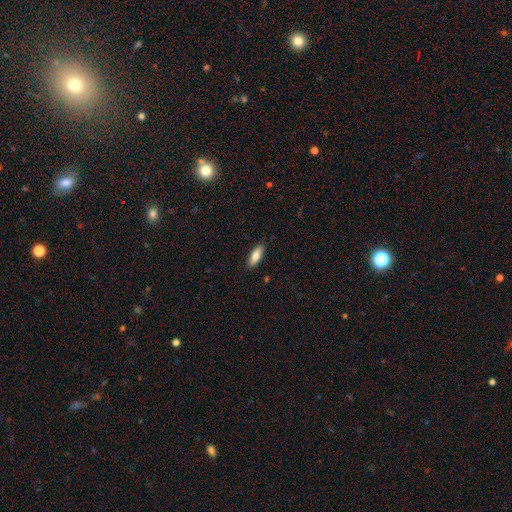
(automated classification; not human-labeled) Smooth or featured: smooth — 80% (featured or disk — 14%)
How rounded: in between — 64% (cigar-shaped — 34%)
Merging: none — 88% (minor disturbance — 9%)